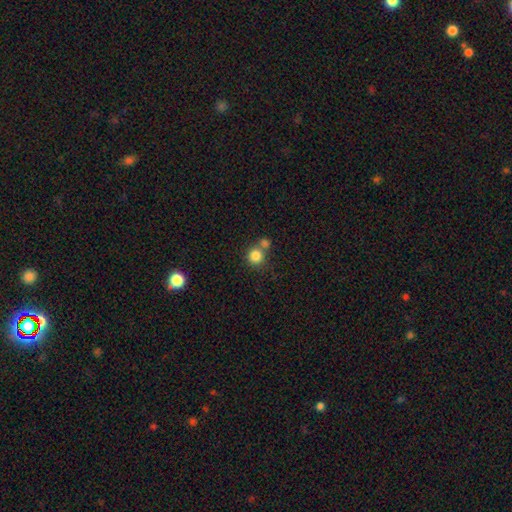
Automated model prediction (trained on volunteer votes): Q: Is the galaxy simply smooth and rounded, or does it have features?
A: smooth — 83%.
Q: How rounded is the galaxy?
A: round — 91%.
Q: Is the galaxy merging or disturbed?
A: none — 56%.